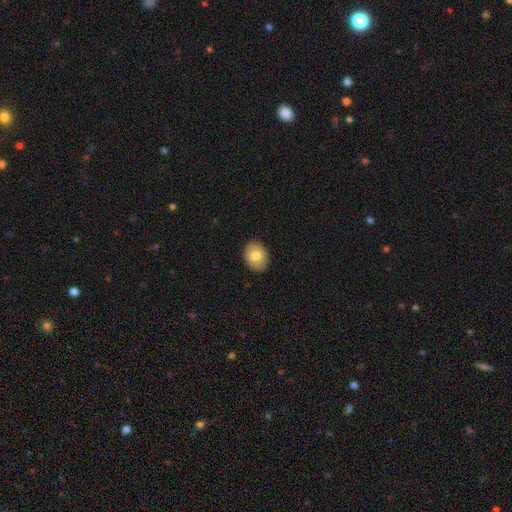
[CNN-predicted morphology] Q: Smooth or featured?
A: smooth (75%); runner-up: featured or disk (18%)
Q: How rounded?
A: in between (62%); runner-up: round (37%)
Q: Merging?
A: none (89%); runner-up: minor disturbance (8%)